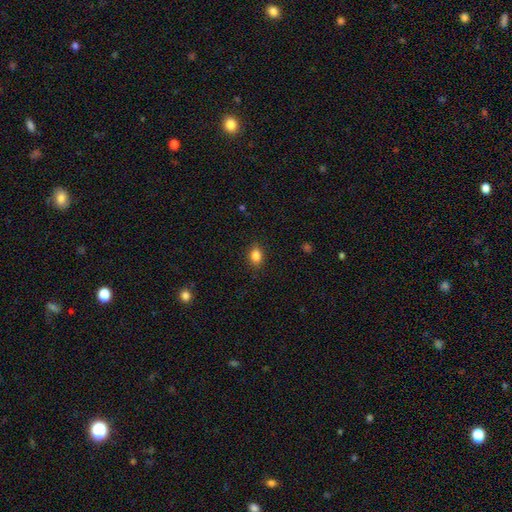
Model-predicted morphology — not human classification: Smooth or featured?
  - smooth: 85% *
  - star or artifact: 10%
  - featured or disk: 5%
How rounded?
  - in between: 66% *
  - round: 32%
  - cigar-shaped: 1%
Merging?
  - none: 87% *
  - minor disturbance: 9%
  - major disturbance: 2%
  - merger: 1%